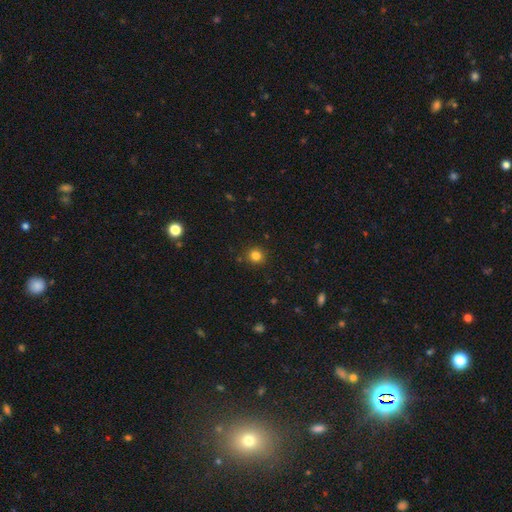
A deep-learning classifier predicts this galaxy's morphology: Q: Smooth or featured?
A: smooth (82%); runner-up: star or artifact (13%)
Q: How rounded?
A: round (92%); runner-up: in between (8%)
Q: Merging?
A: none (88%); runner-up: minor disturbance (7%)